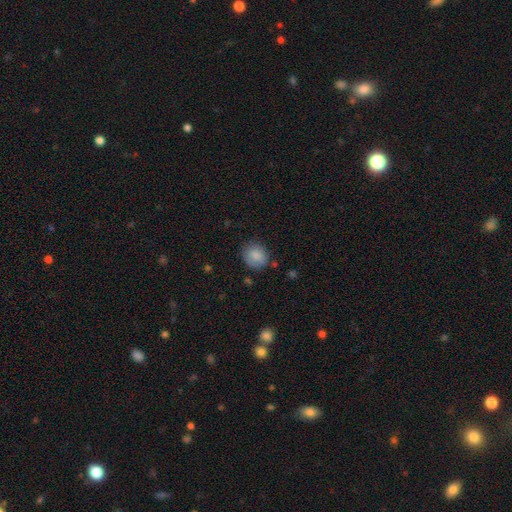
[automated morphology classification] smooth 84%, star or artifact 8%, featured or disk 8%. Down the decision tree: how rounded — round (71%); merging — none (76%).